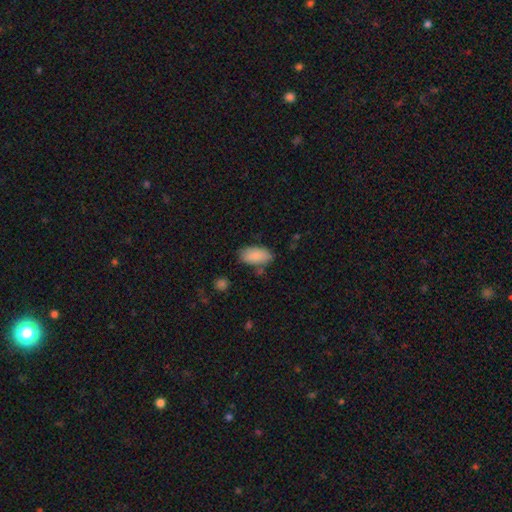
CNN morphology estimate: A smooth galaxy with no disk features (87%) that is in between round and cigar-shaped (94%). Merging: none (75%).